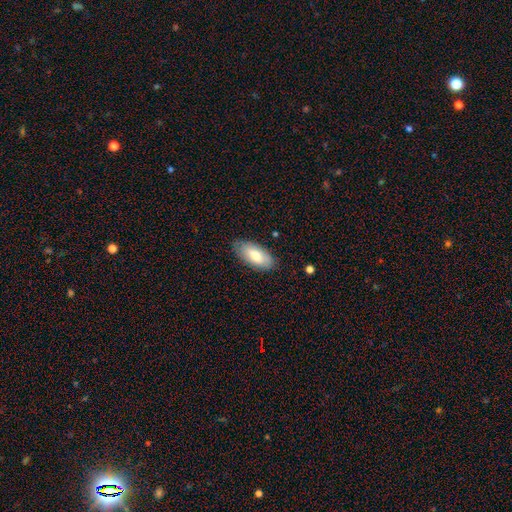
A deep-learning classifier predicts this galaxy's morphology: type=smooth (77%); roundness=in between (89%); merging=none (82%).